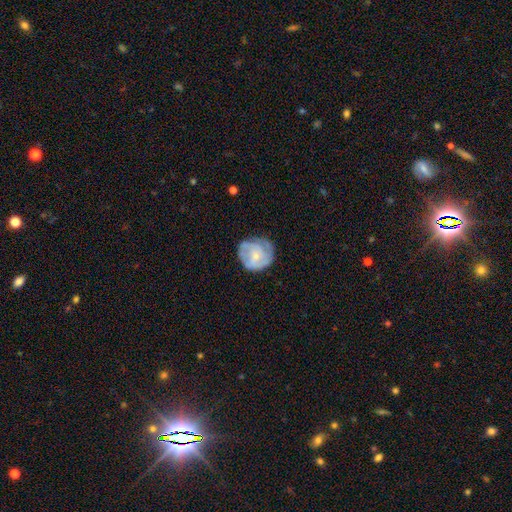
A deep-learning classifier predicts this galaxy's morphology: Q: Smooth or featured?
A: featured or disk (60%); runner-up: smooth (34%)
Q: Edge-on disk?
A: no (98%); runner-up: yes (2%)
Q: Bar?
A: no (74%); runner-up: weak (22%)
Q: Spiral arms?
A: yes (72%); runner-up: no (28%)
Q: Bulge size?
A: small (67%); runner-up: moderate (24%)
Q: Merging?
A: none (63%); runner-up: minor disturbance (24%)